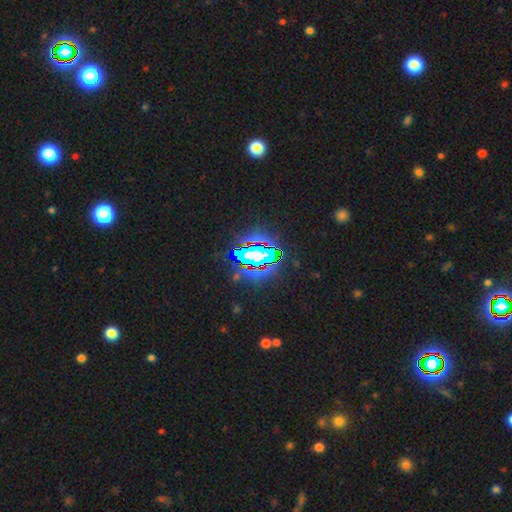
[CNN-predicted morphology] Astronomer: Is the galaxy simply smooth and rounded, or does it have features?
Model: star or artifact — 70%.